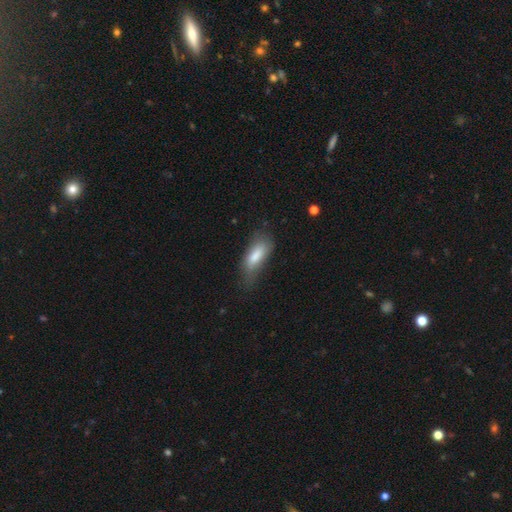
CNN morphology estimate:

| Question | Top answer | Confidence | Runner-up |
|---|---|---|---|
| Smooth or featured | smooth | 77% | featured or disk (15%) |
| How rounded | in between | 67% | cigar-shaped (30%) |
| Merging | none | 51% | minor disturbance (33%) |